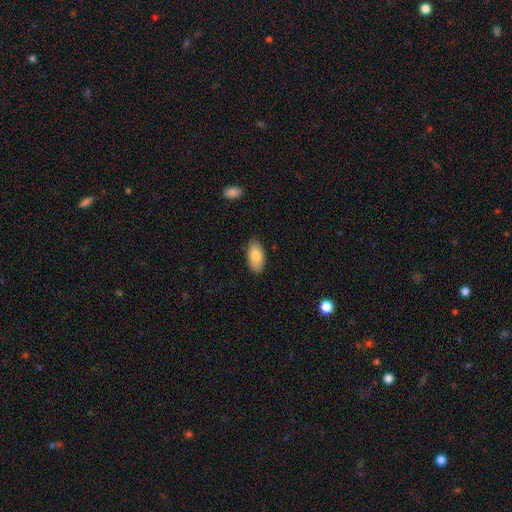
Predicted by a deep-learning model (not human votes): A smooth galaxy with no disk features (81%) that is in between round and cigar-shaped (94%).

Vote fractions:
- Smooth or featured? smooth: 81% / featured or disk: 13% / star or artifact: 6%
- How rounded? in between: 94% / cigar-shaped: 3% / round: 3%
- Merging? none: 84% / minor disturbance: 13% / major disturbance: 2% / merger: 1%